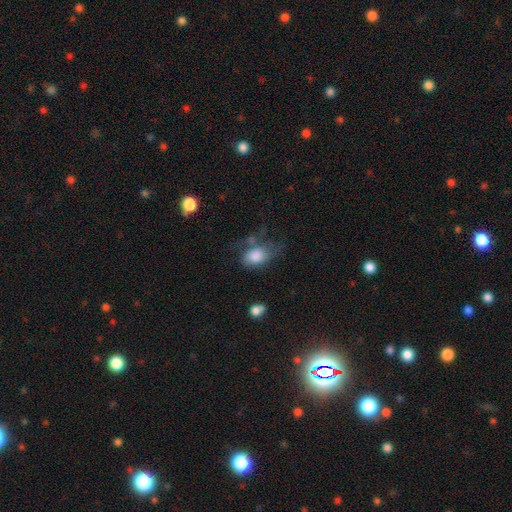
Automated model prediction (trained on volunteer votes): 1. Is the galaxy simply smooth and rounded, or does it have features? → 74% smooth, 18% featured or disk, 8% star or artifact.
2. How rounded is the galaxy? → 78% in between, 20% round, 2% cigar-shaped.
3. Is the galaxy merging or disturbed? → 31% none (tied), 31% major disturbance (tied), 29% minor disturbance, 8% merger.